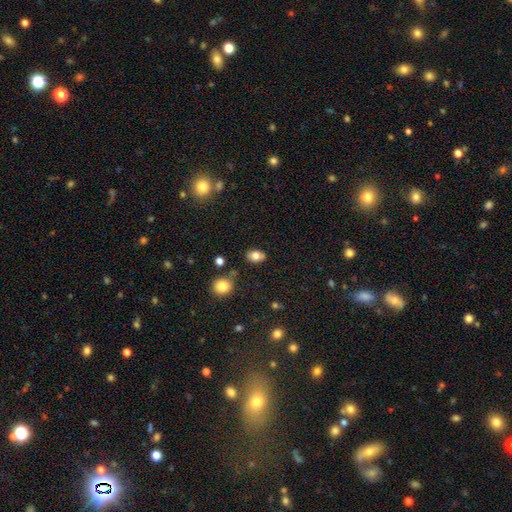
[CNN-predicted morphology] smooth 78%, featured or disk 12%, star or artifact 10%. Down the decision tree: how rounded — in between (73%); merging — none (75%).